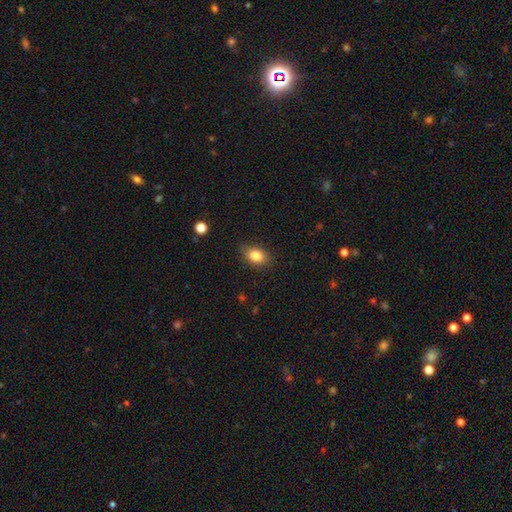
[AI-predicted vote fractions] A smooth galaxy with no disk features (84%) that is in between round and cigar-shaped (79%).

Vote fractions:
- Smooth or featured? smooth: 84% / star or artifact: 9% / featured or disk: 7%
- How rounded? in between: 79% / round: 20% / cigar-shaped: 2%
- Merging? none: 83% / minor disturbance: 13% / major disturbance: 3% / merger: 1%